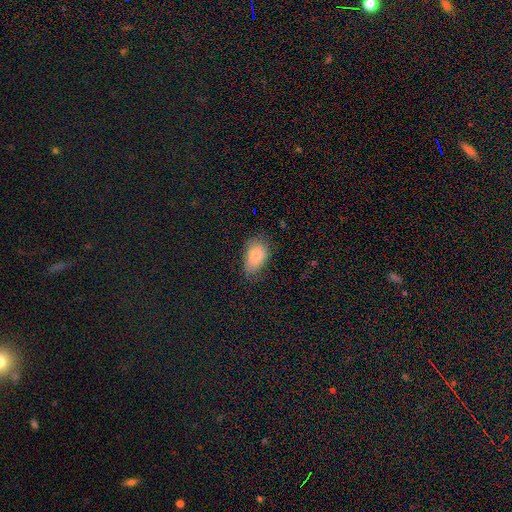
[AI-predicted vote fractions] smooth_or_featured: smooth (p=0.78) [alt: featured or disk p=0.13]
how_rounded: in between (p=0.88) [alt: round p=0.11]
merging: none (p=0.57) [alt: minor disturbance p=0.31]